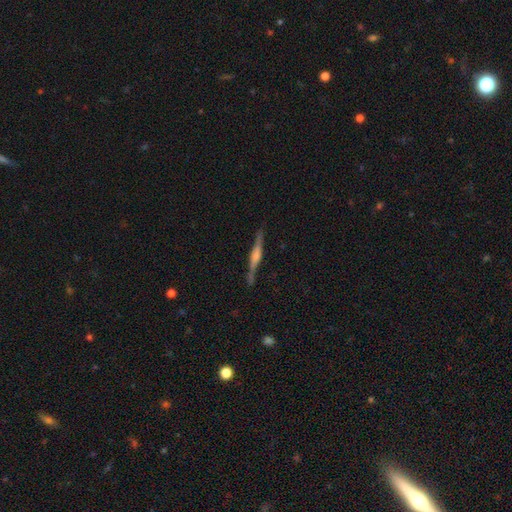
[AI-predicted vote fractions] Smooth or featured?
  - featured or disk: 80% *
  - smooth: 14%
  - star or artifact: 6%
Edge-on disk?
  - yes: 97% *
  - no: 3%
Edge-on bulge?
  - rounded: 65% *
  - boxy: 24%
  - none: 11%
Merging?
  - none: 87% *
  - minor disturbance: 10%
  - major disturbance: 2%
  - merger: 1%